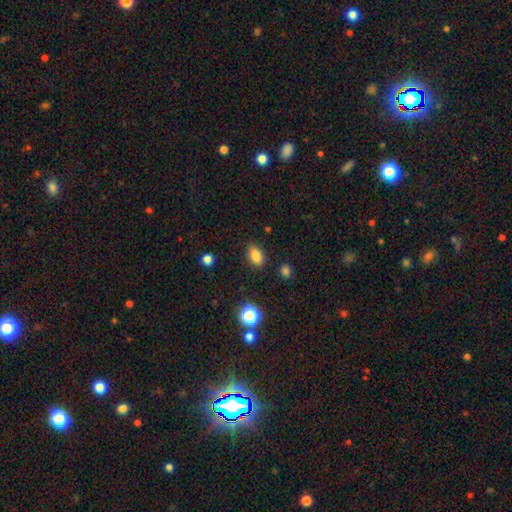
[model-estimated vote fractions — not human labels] A smooth galaxy with no disk features (81%) that is in between round and cigar-shaped (81%). Merging: none (83%).